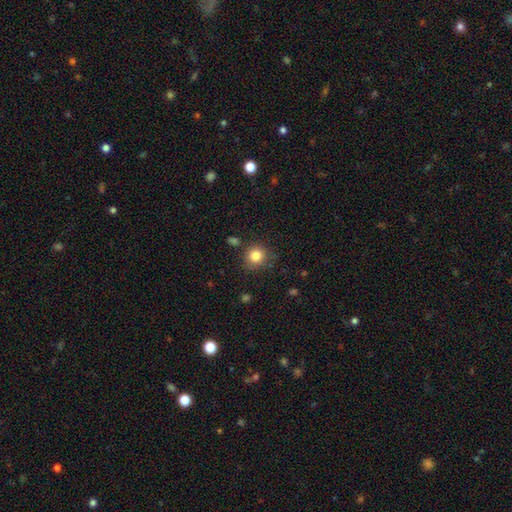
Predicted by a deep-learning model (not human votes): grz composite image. It shows a smooth galaxy with no disk features (83%) that is round (89%). Merging: none (83%).